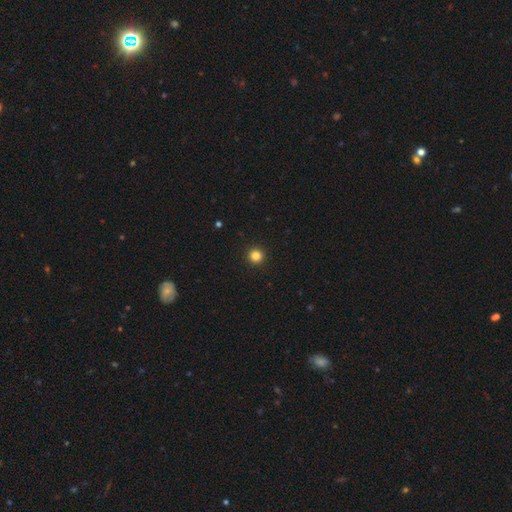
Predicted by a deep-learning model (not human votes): Smooth or featured? Predicted: smooth (p=0.84). How rounded? Predicted: round (p=0.96). Merging? Predicted: none (p=0.94).